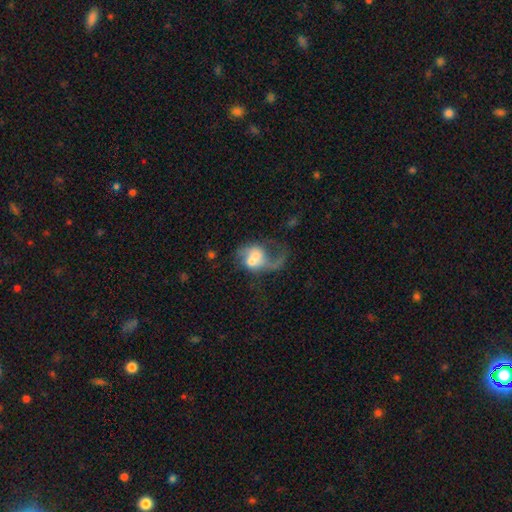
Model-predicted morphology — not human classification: featured or disk 59%, smooth 33%, star or artifact 9%. Down the decision tree: edge-on disk — no (97%); bar — no (60%); spiral arms — yes (73%); bulge size — moderate (38%); merging — major disturbance (35%).